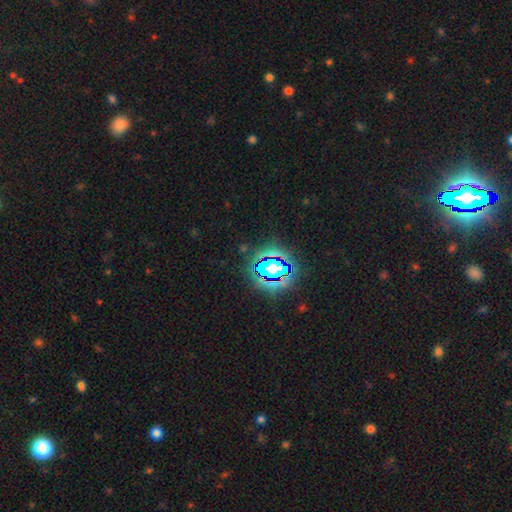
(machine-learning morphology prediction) Smooth or featured? Predicted: star or artifact (p=0.83).